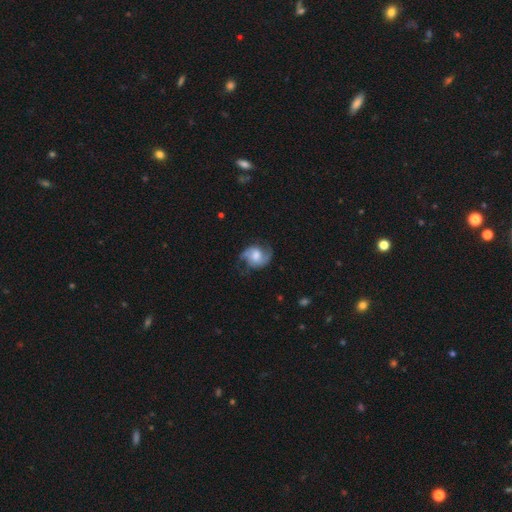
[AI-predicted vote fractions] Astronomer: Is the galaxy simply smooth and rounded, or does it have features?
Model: featured or disk — 73%.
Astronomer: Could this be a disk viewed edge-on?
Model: no — 98%.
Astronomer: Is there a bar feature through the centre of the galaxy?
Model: no — 55% (runner-up: weak, 37%).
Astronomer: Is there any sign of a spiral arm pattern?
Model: yes — 93%.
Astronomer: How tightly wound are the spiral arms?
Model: medium — 46% (runner-up: loose, 36%).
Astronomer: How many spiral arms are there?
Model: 2 — 87%.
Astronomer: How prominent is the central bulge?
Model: moderate — 48% (runner-up: large, 27%).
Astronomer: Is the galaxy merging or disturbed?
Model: none — 65%.